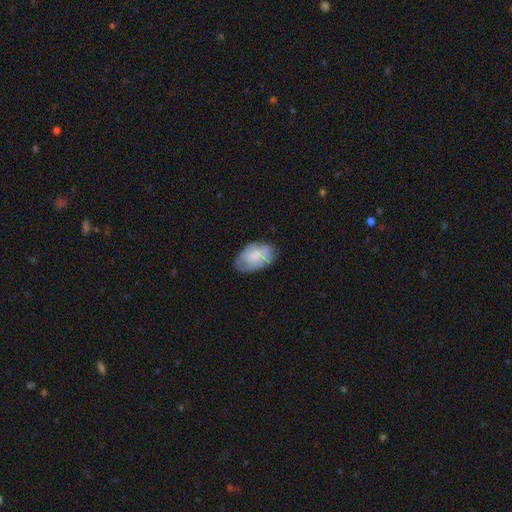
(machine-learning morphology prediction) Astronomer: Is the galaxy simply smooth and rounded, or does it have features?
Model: smooth — 60%.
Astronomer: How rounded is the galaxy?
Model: in between — 91%.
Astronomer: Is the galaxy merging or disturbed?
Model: none — 64%.